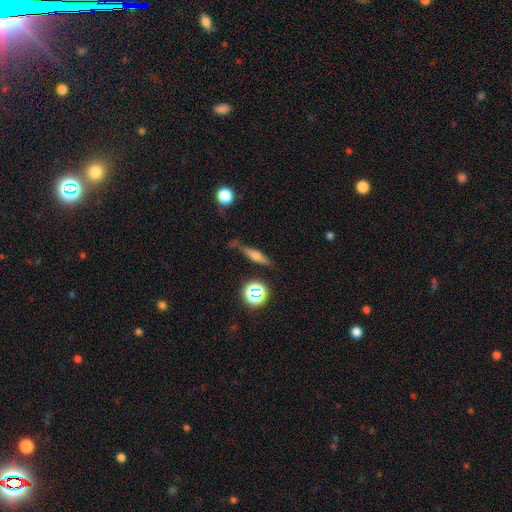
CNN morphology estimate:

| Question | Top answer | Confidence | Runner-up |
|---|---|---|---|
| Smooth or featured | smooth | 44% | featured or disk (43%) |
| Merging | none | 72% | minor disturbance (17%) |